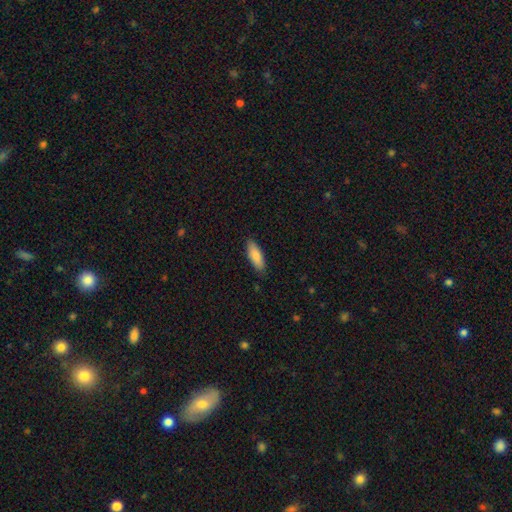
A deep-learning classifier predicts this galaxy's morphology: smooth_or_featured: smooth (p=0.85) [alt: featured or disk p=0.09]
how_rounded: in between (p=0.63) [alt: cigar-shaped p=0.35]
merging: none (p=0.87) [alt: minor disturbance p=0.10]